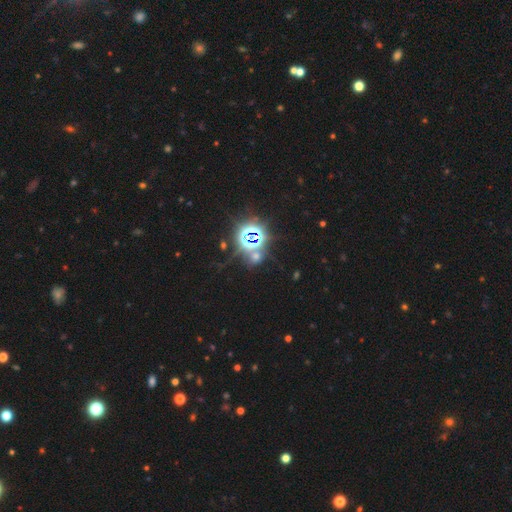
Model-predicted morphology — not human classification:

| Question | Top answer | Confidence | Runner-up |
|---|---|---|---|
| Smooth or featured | star or artifact | 71% | smooth (21%) |